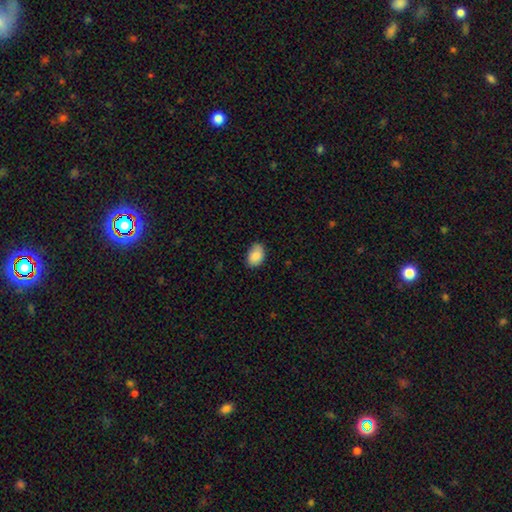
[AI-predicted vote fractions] Q: Smooth or featured?
A: smooth (88%); runner-up: star or artifact (7%)
Q: How rounded?
A: in between (84%); runner-up: round (15%)
Q: Merging?
A: none (72%); runner-up: minor disturbance (23%)